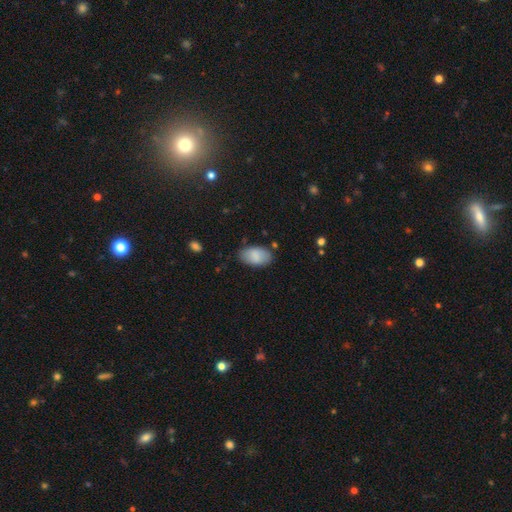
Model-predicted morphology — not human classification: This is clearly a smooth galaxy (86%). How rounded: clearly in between (94%). Merging: likely none (78%).